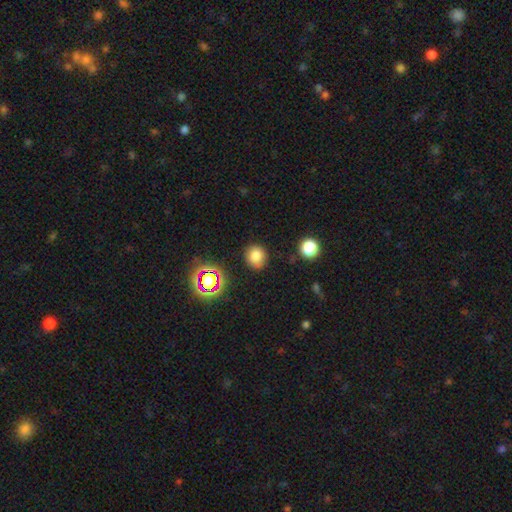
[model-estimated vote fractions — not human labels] This is likely a smooth galaxy (79%). How rounded: clearly round (81%). Merging: clearly none (84%).